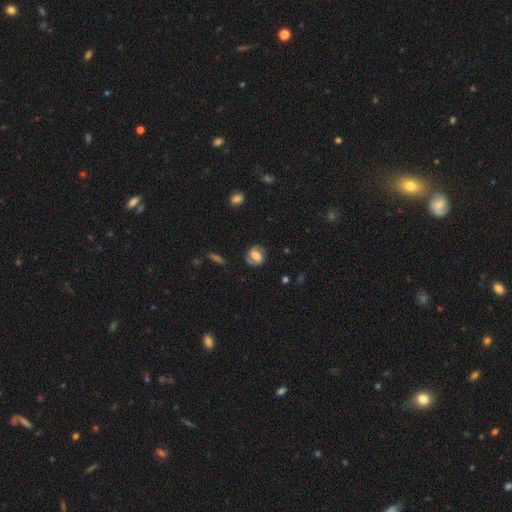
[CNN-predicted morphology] A featured or disk galaxy (63%) with a weak bar (44%), 2 (86%) medium (46%) spiral arms (87%) and a moderate central bulge (50%).

Vote fractions:
- Smooth or featured? featured or disk: 63% / smooth: 30% / star or artifact: 7%
- Edge-on disk? no: 96% / yes: 4%
- Bar? weak: 44% / strong: 30% / no: 27%
- Spiral arms? yes: 87% / no: 13%
- Spiral winding? medium: 46% / tight: 28% / loose: 26%
- Spiral arm count? 2: 86% / can't tell: 7% / 1: 4% / 3: 1% / 4: 1% / more than 4: 1%
- Bulge size? moderate: 50% / large: 25% / small: 17% / none: 6% / dominant: 3%
- Merging? none: 76% / minor disturbance: 16% / major disturbance: 6% / merger: 2%